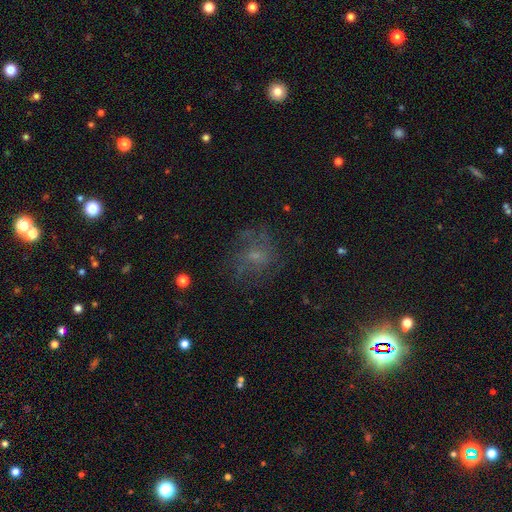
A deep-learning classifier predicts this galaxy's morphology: featured or disk 43%, smooth 35%, star or artifact 22%. Down the decision tree: merging — none (62%).